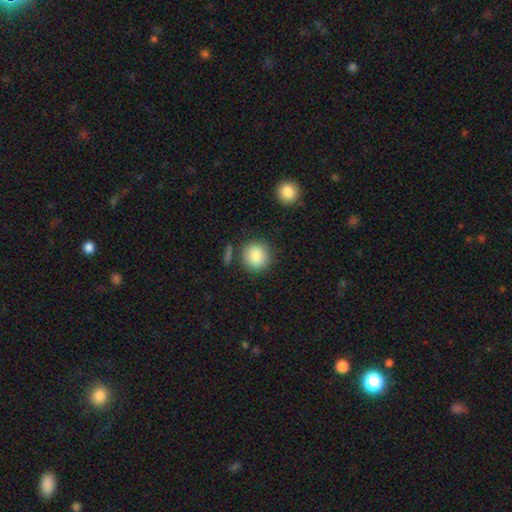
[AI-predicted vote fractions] Q: Smooth or featured?
A: smooth (86%); runner-up: star or artifact (8%)
Q: How rounded?
A: round (92%); runner-up: in between (7%)
Q: Merging?
A: none (82%); runner-up: minor disturbance (9%)